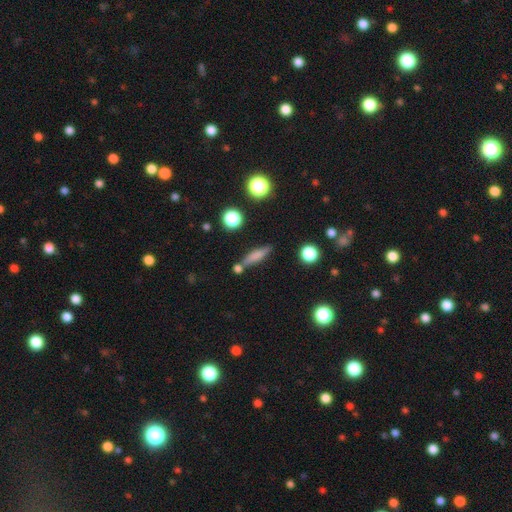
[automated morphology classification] smooth 67%, featured or disk 23%, star or artifact 10%. Down the decision tree: how rounded — cigar-shaped (75%); merging — none (69%).